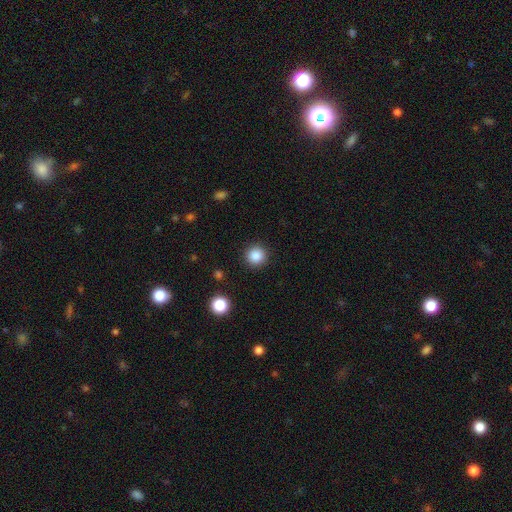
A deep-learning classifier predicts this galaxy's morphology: smooth 86%, star or artifact 10%, featured or disk 4%. Down the decision tree: how rounded — round (95%); merging — none (91%).